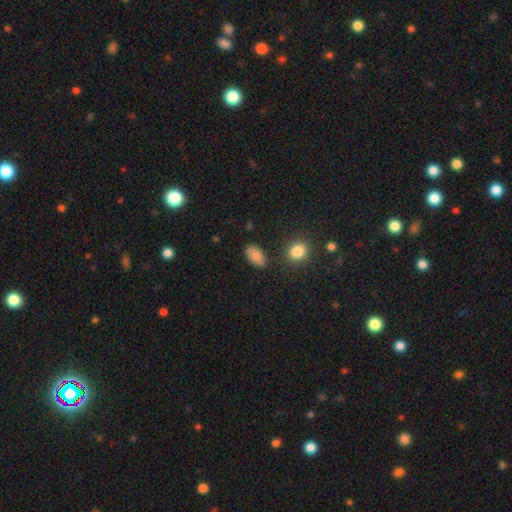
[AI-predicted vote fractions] Q: Smooth or featured?
A: smooth (82%); runner-up: star or artifact (10%)
Q: How rounded?
A: in between (91%); runner-up: round (8%)
Q: Merging?
A: none (72%); runner-up: minor disturbance (19%)